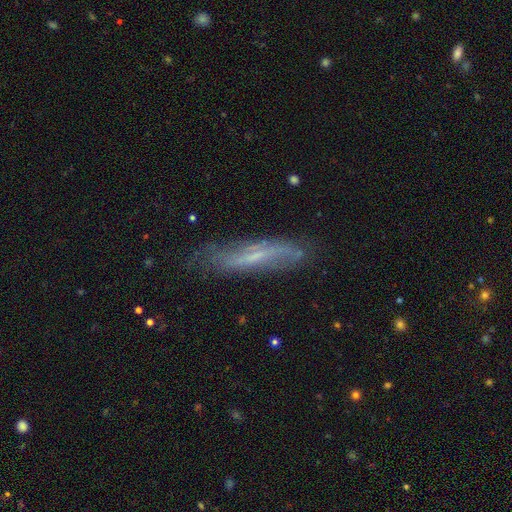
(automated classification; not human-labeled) smooth-or-featured: featured or disk: 58% | smooth: 34% | star or artifact: 8%
  disk-edge-on: yes: 54% | no: 46%
  merging: none: 68% | minor disturbance: 23% | major disturbance: 7% | merger: 2%